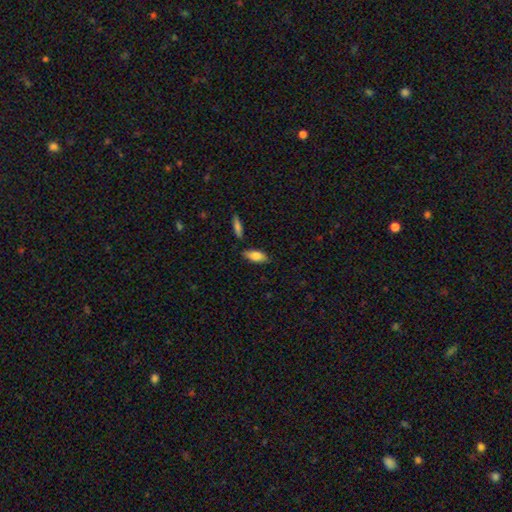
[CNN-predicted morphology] smooth_or_featured: smooth (p=0.82) [alt: featured or disk p=0.12]
how_rounded: in between (p=0.83) [alt: cigar-shaped p=0.14]
merging: none (p=0.78) [alt: minor disturbance p=0.15]